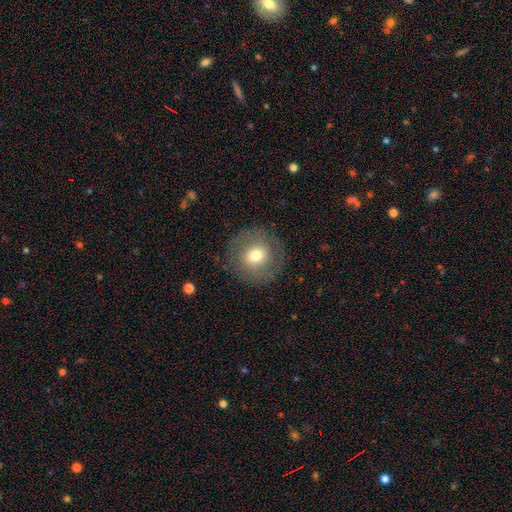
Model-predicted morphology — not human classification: smooth_or_featured: smooth (p=0.64) [alt: featured or disk p=0.27]
how_rounded: round (p=0.91) [alt: in between p=0.08]
merging: none (p=0.85) [alt: minor disturbance p=0.09]